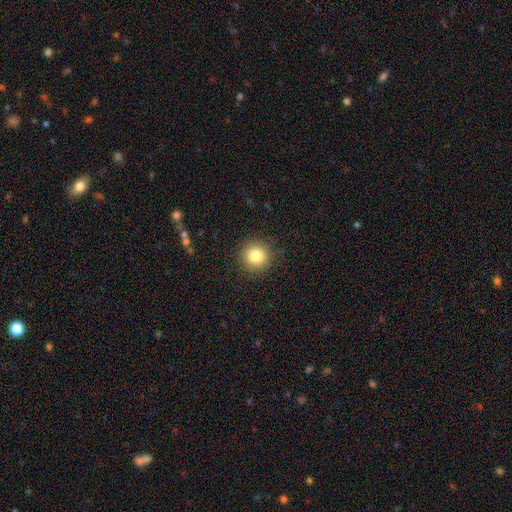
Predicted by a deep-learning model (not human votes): Q: Smooth or featured?
A: smooth (83%); runner-up: star or artifact (11%)
Q: How rounded?
A: round (94%); runner-up: in between (5%)
Q: Merging?
A: none (90%); runner-up: minor disturbance (7%)